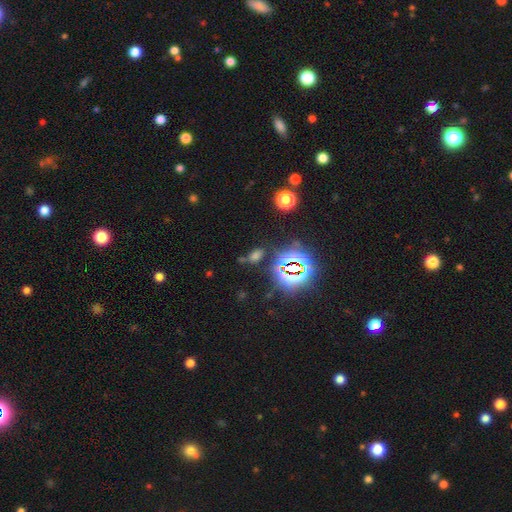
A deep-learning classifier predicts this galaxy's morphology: Smooth or featured: smooth — 49% (star or artifact — 43%)
Merging: none — 70% (minor disturbance — 14%)